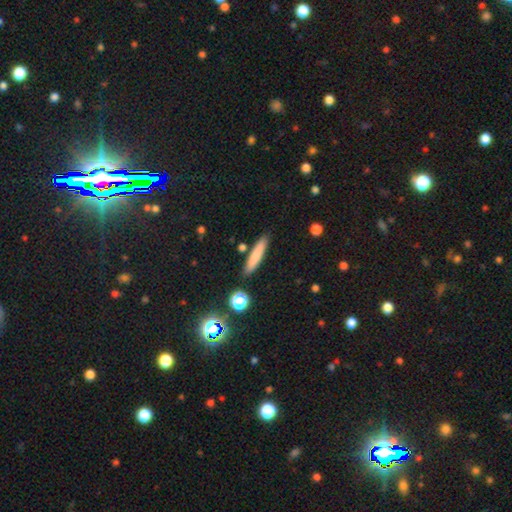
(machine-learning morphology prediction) Overall: smooth (78%). How rounded: cigar-shaped (89%). Merging: none (87%).